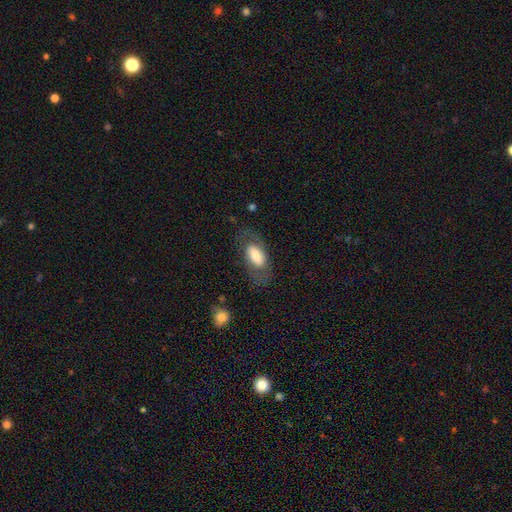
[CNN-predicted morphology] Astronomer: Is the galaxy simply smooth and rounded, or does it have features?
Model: smooth — 58% (runner-up: featured or disk, 35%).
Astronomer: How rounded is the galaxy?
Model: in between — 90%.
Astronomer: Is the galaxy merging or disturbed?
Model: none — 67%.